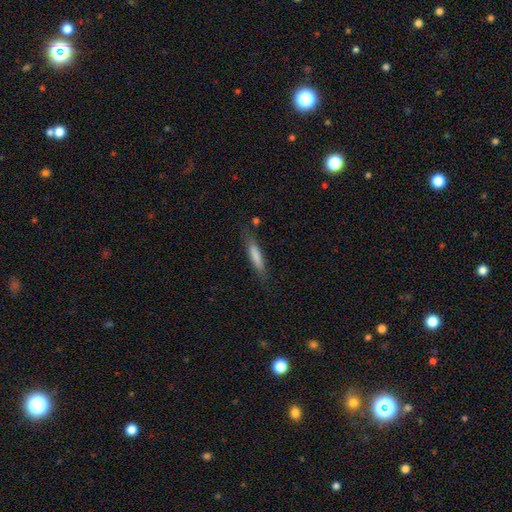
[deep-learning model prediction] smooth-or-featured: smooth: 76% | featured or disk: 18% | star or artifact: 6%
  how-rounded: cigar-shaped: 83% | in between: 16% | round: 1%
  merging: none: 78% | minor disturbance: 16% | major disturbance: 4% | merger: 2%